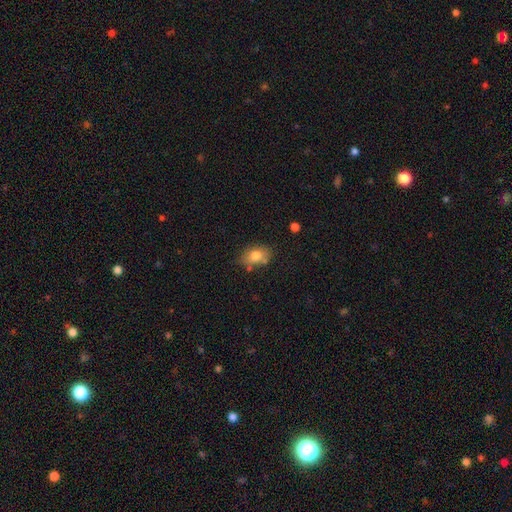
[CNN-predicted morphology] Q: Smooth or featured?
A: smooth (78%); runner-up: featured or disk (13%)
Q: How rounded?
A: in between (78%); runner-up: round (21%)
Q: Merging?
A: none (69%); runner-up: minor disturbance (20%)